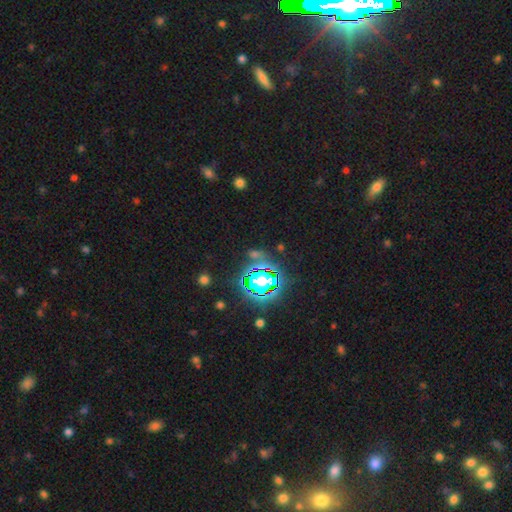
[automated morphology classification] smooth-or-featured: star or artifact: 69% | smooth: 20% | featured or disk: 11%